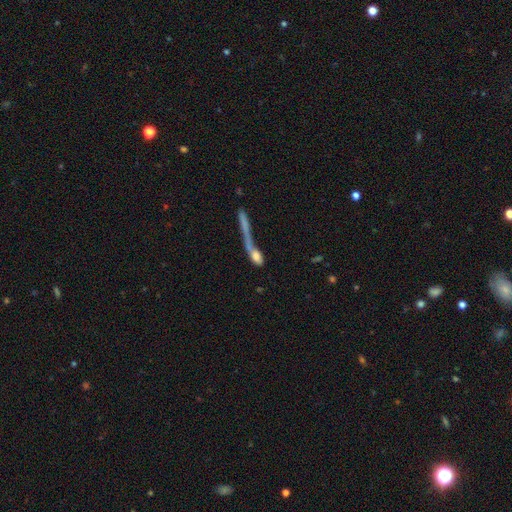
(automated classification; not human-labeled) smooth-or-featured: smooth: 62% | featured or disk: 27% | star or artifact: 10%
  how-rounded: in between: 50% | cigar-shaped: 36% | round: 14%
  merging: merger: 44% | none: 24% | major disturbance: 21% | minor disturbance: 11%